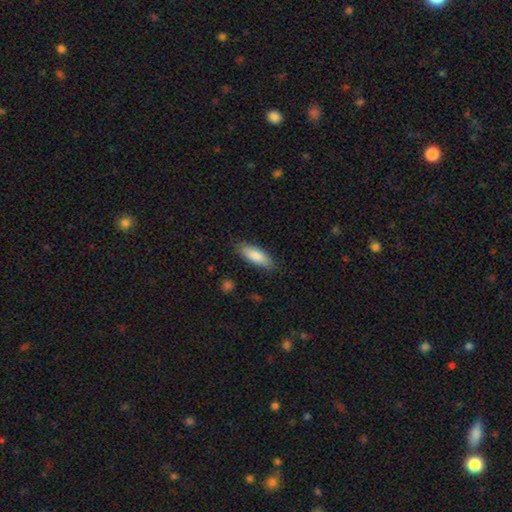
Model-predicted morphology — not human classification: This appears to be a smooth galaxy with no disk features (85%) that is in between round and cigar-shaped (65%). Merging: none (85%).